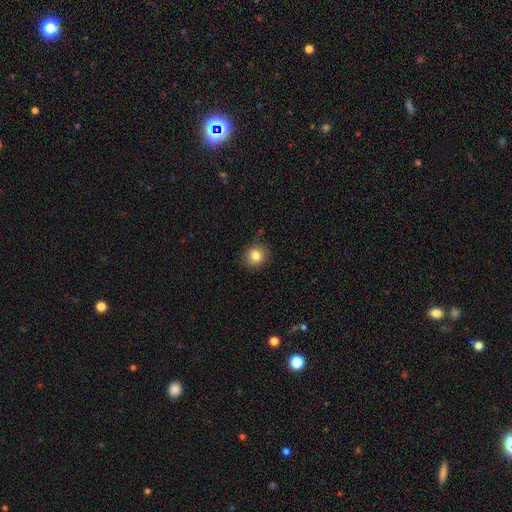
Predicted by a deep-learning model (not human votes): Smooth or featured? smooth (82%)
How rounded? round (79%)
Merging? none (85%)